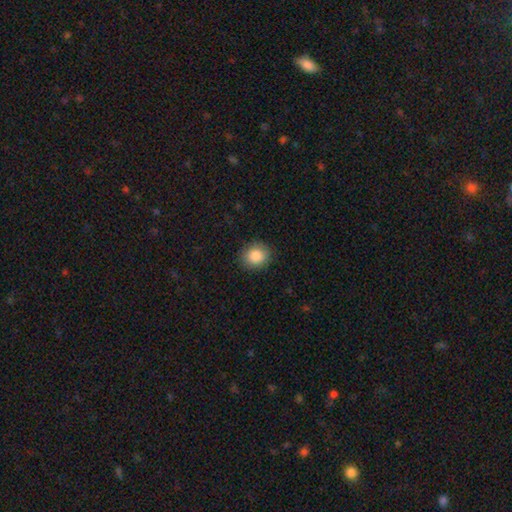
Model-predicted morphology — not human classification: smooth_or_featured: smooth (p=0.86) [alt: star or artifact p=0.09]
how_rounded: round (p=0.77) [alt: in between p=0.22]
merging: none (p=0.88) [alt: minor disturbance p=0.09]